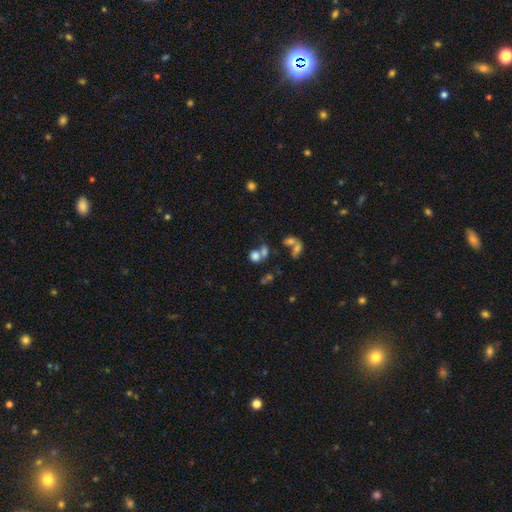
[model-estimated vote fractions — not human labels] Q: Smooth or featured?
A: smooth (71%); runner-up: star or artifact (16%)
Q: How rounded?
A: round (62%); runner-up: in between (37%)
Q: Merging?
A: merger (46%); runner-up: none (36%)